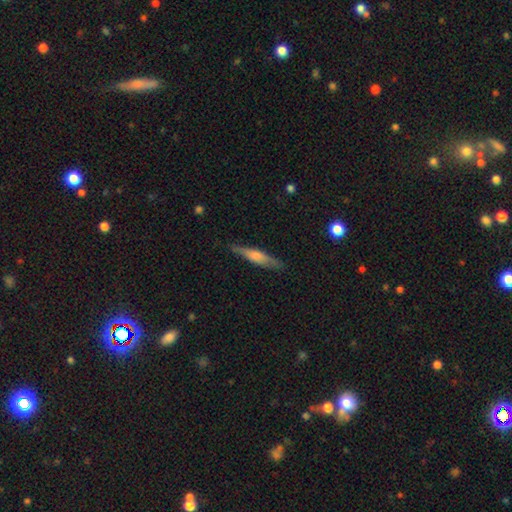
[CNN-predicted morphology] The model was most divided on "smooth or featured": smooth: 49%, featured or disk: 45%, star or artifact: 6%. More confident: merging — none (84%).